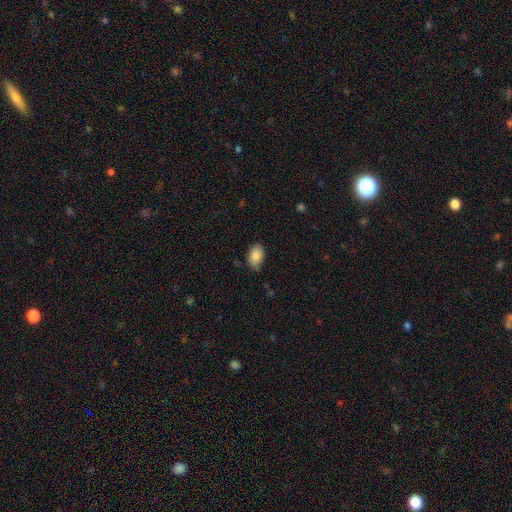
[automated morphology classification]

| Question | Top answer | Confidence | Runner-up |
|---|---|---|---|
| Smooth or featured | smooth | 87% | star or artifact (7%) |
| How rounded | in between | 90% | round (9%) |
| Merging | none | 81% | minor disturbance (15%) |